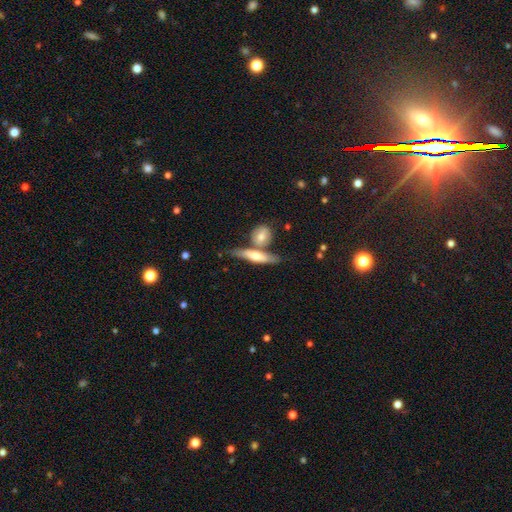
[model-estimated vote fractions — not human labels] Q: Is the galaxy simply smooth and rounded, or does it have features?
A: featured or disk — 48%.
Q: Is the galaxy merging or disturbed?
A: none — 55%.